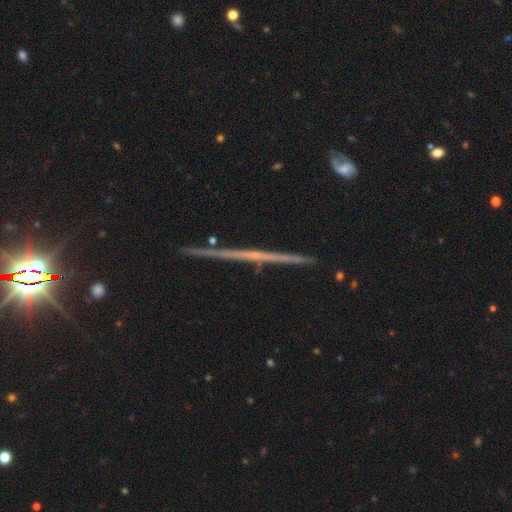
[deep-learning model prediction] A featured or disk galaxy (75%) viewed edge-on (98%) with no central bulge (81%).

Vote fractions:
- Smooth or featured? featured or disk: 75% / smooth: 16% / star or artifact: 9%
- Edge-on disk? yes: 98% / no: 2%
- Edge-on bulge? none: 81% / rounded: 13% / boxy: 5%
- Merging? none: 90% / minor disturbance: 7% / merger: 2% / major disturbance: 2%